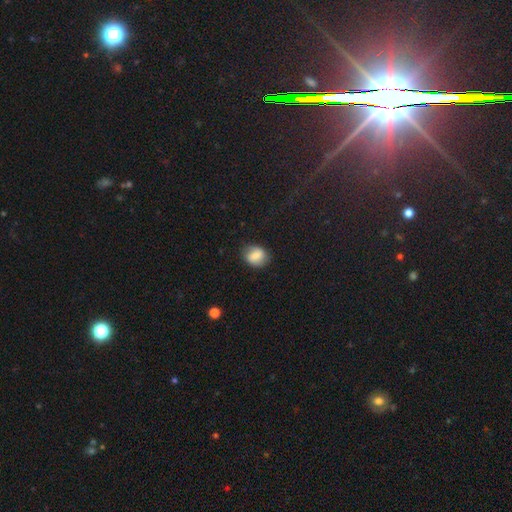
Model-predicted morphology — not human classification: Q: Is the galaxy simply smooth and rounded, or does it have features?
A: smooth — 68%.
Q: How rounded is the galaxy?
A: round — 55%.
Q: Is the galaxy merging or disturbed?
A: none — 78%.